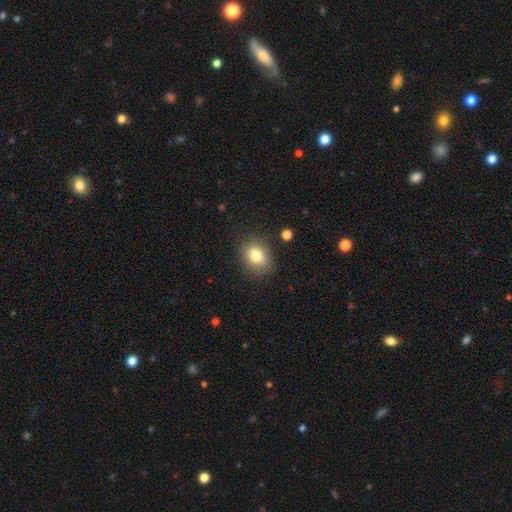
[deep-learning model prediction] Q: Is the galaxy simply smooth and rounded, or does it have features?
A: smooth — 79%.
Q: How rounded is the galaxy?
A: in between — 54%.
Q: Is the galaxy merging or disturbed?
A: none — 84%.